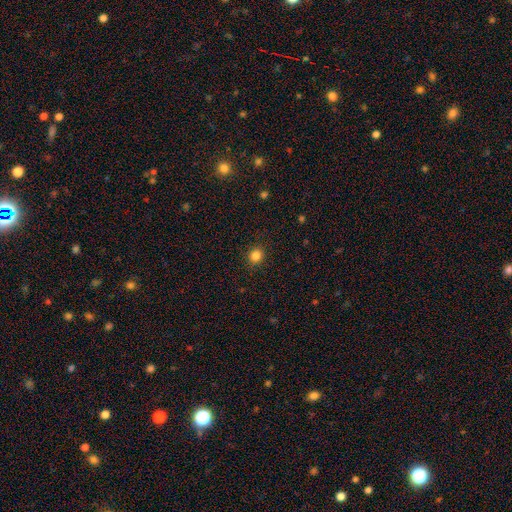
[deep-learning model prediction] A smooth galaxy with no disk features (84%) that is round (84%).

Vote fractions:
- Smooth or featured? smooth: 84% / star or artifact: 12% / featured or disk: 4%
- How rounded? round: 84% / in between: 15% / cigar-shaped: 1%
- Merging? none: 91% / minor disturbance: 6% / major disturbance: 2% / merger: 1%